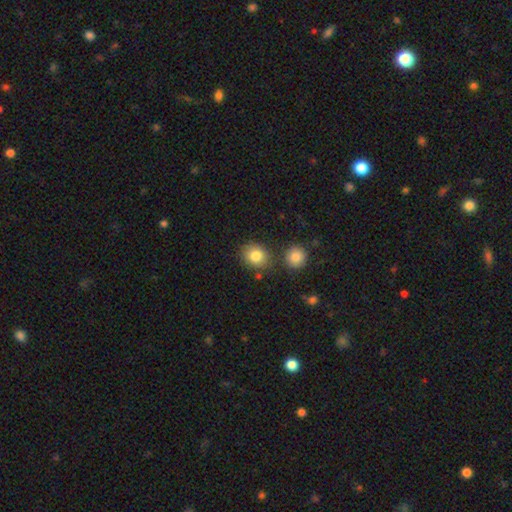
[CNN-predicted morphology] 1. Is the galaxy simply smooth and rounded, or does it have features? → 83% smooth, 9% star or artifact, 8% featured or disk.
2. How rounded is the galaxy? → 63% round, 36% in between, 1% cigar-shaped.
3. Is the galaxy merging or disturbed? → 75% none, 12% minor disturbance, 10% merger, 3% major disturbance.